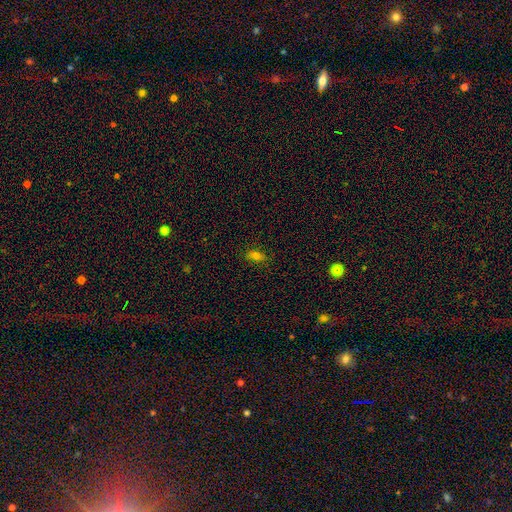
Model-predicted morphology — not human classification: smooth_or_featured: smooth (p=0.75) [alt: star or artifact p=0.17]
how_rounded: in between (p=0.84) [alt: round p=0.10]
merging: none (p=0.81) [alt: minor disturbance p=0.14]